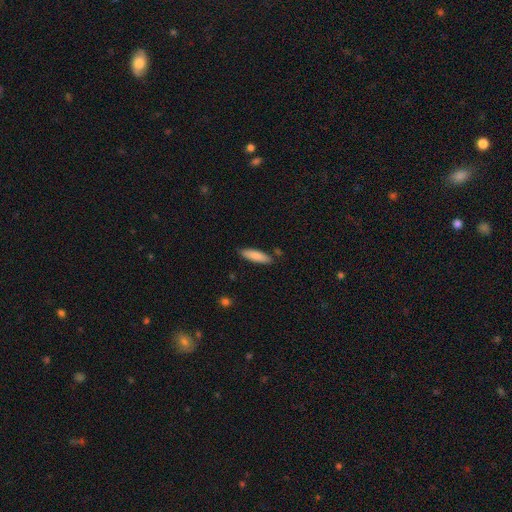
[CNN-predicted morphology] Q: Smooth or featured?
A: smooth (84%); runner-up: featured or disk (10%)
Q: How rounded?
A: cigar-shaped (59%); runner-up: in between (40%)
Q: Merging?
A: none (84%); runner-up: minor disturbance (11%)